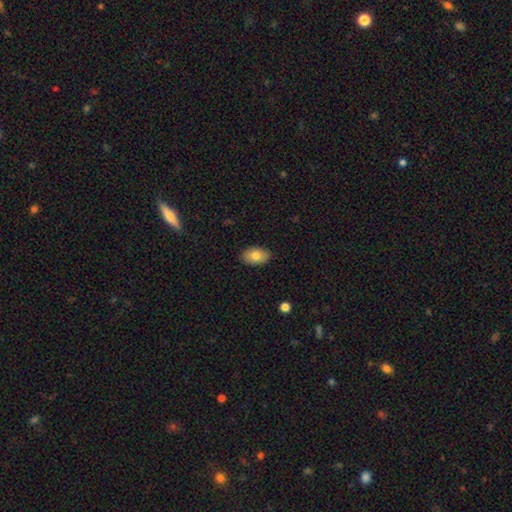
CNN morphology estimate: smooth_or_featured: smooth (p=0.79) [alt: featured or disk p=0.14]
how_rounded: in between (p=0.90) [alt: round p=0.09]
merging: none (p=0.88) [alt: minor disturbance p=0.09]